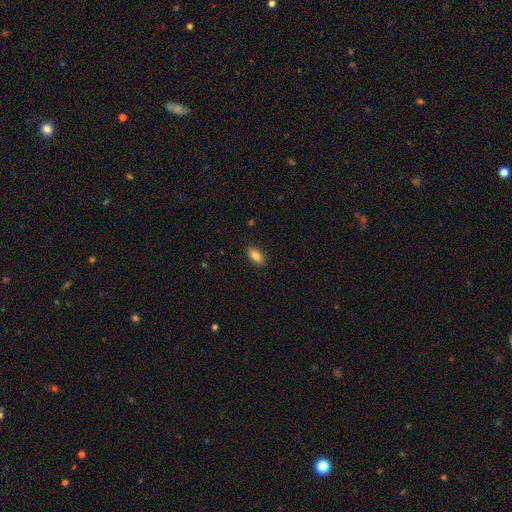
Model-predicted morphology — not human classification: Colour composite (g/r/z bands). It shows a smooth galaxy with no disk features (84%) that is in between round and cigar-shaped (89%). Merging: none (89%).